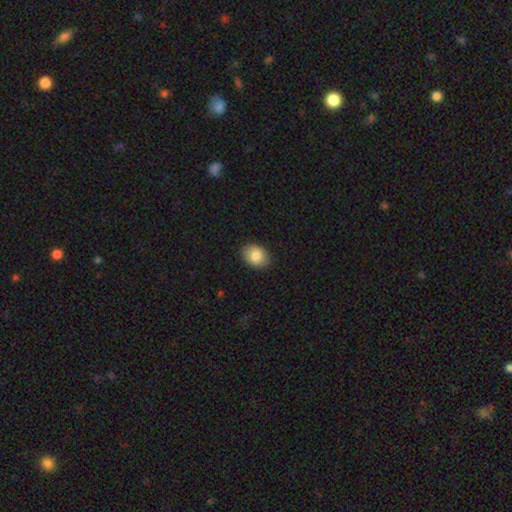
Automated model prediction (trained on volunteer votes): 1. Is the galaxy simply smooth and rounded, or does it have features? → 84% smooth, 8% featured or disk, 8% star or artifact.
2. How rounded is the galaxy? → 65% in between, 34% round, 1% cigar-shaped.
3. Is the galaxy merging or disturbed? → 89% none, 8% minor disturbance, 2% major disturbance, 1% merger.